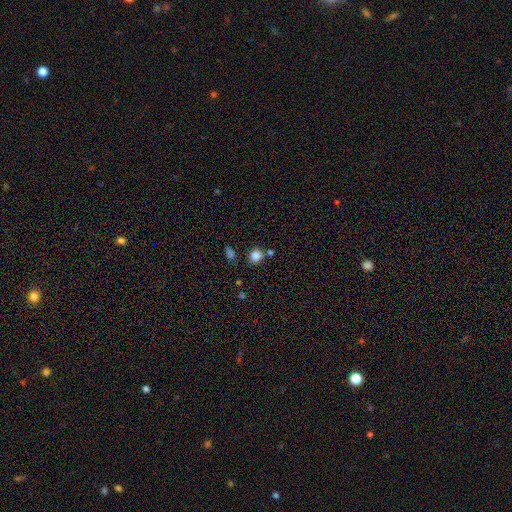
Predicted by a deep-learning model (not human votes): A smooth galaxy with no disk features (83%) that is round (72%). Merging: none (74%).